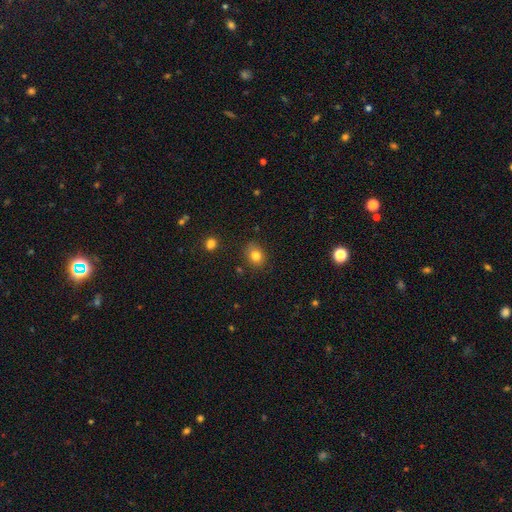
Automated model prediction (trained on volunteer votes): Overall: smooth (81%). How rounded: round (54%; in between 45%). Merging: none (81%).